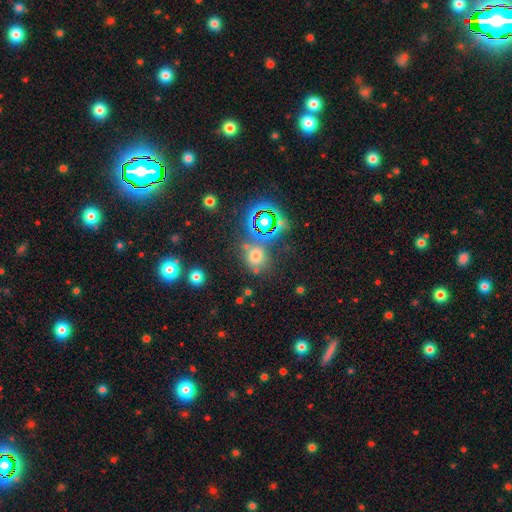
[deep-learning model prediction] The model was most divided on "smooth or featured": smooth: 60%, star or artifact: 32%, featured or disk: 9%. More confident: how rounded — round (78%); merging — none (71%).